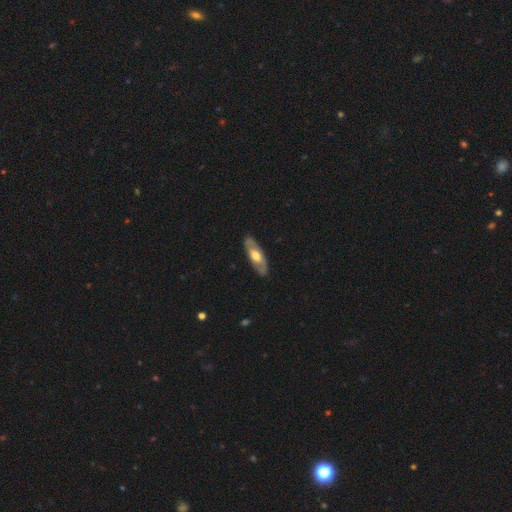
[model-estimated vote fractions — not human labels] Smooth or featured? Predicted: featured or disk (p=0.50). Edge-on disk? Predicted: no (p=0.69). Merging? Predicted: none (p=0.86).